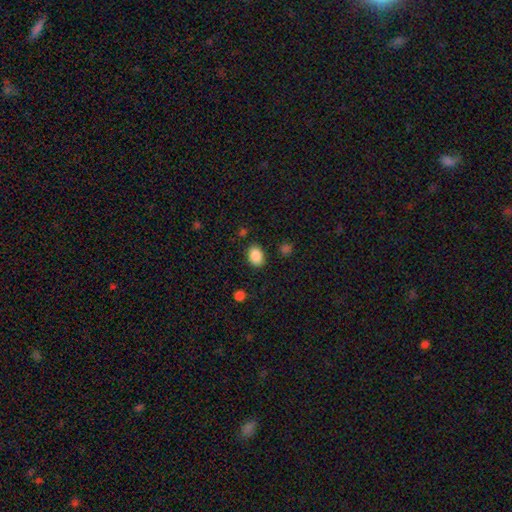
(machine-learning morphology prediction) Smooth or featured? smooth (88%)
How rounded? in between (72%)
Merging? none (84%)